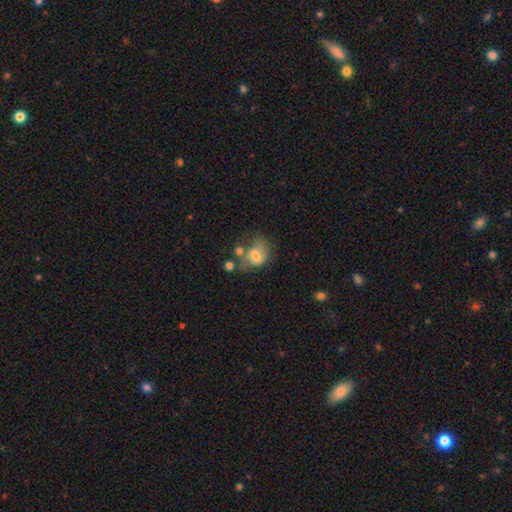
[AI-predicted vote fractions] smooth-or-featured: smooth: 62% | featured or disk: 28% | star or artifact: 10%
  how-rounded: in between: 60% | round: 39% | cigar-shaped: 1%
  merging: none: 31% | minor disturbance: 24% | merger: 24% | major disturbance: 21%